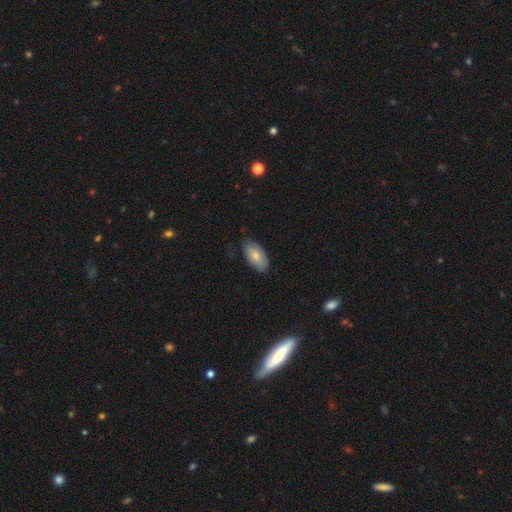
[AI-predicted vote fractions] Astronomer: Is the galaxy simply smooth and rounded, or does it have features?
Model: smooth — 79%.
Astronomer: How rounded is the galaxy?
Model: in between — 94%.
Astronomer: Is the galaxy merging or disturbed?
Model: none — 79%.